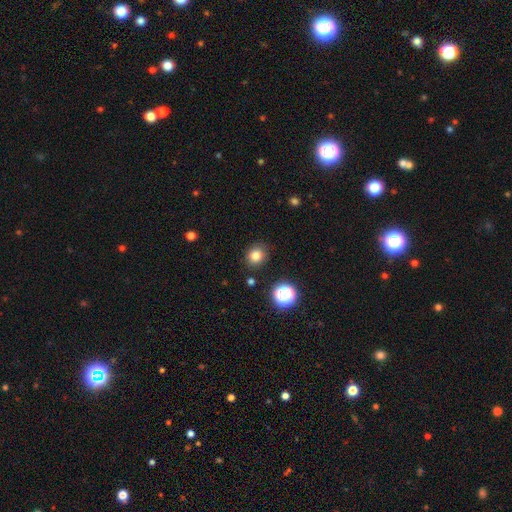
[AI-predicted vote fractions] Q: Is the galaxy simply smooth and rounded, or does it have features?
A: smooth — 80%.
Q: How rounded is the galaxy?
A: round — 76%.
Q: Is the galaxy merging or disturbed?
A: none — 85%.